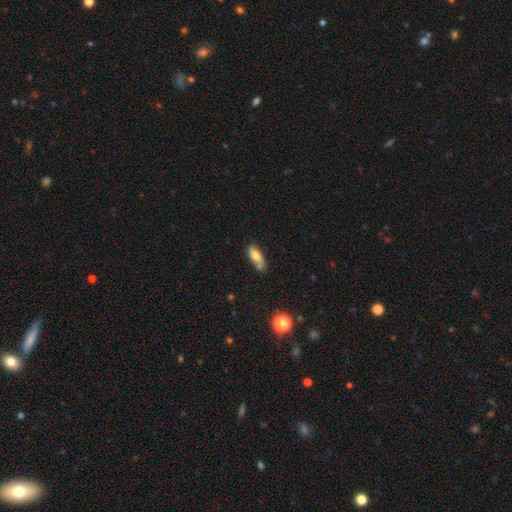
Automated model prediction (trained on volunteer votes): A smooth galaxy with no disk features (76%) that is in between round and cigar-shaped (74%).

Vote fractions:
- Smooth or featured? smooth: 76% / featured or disk: 16% / star or artifact: 8%
- How rounded? in between: 74% / cigar-shaped: 23% / round: 3%
- Merging? none: 55% / minor disturbance: 27% / merger: 12% / major disturbance: 6%